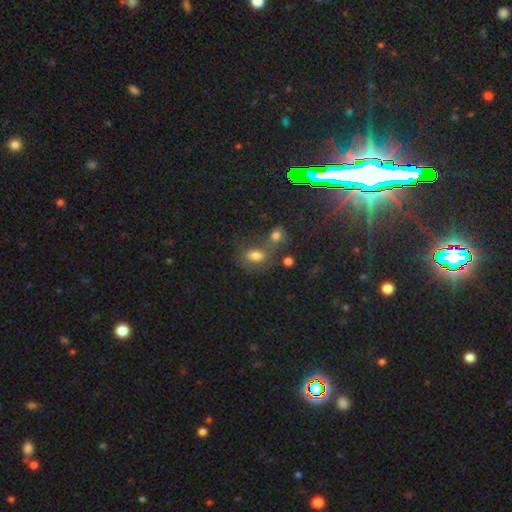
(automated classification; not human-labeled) Smooth or featured? Predicted: smooth (p=0.70). How rounded? Predicted: in between (p=0.75). Merging? Predicted: none (p=0.41).